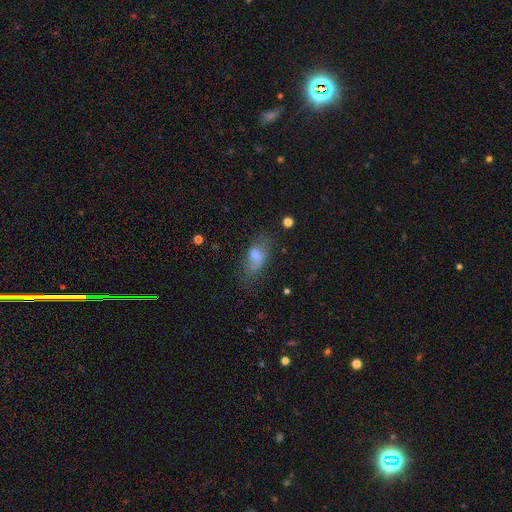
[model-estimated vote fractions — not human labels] Overall: smooth (67%). How rounded: in between (81%). Merging: none (52%; minor disturbance 27%).